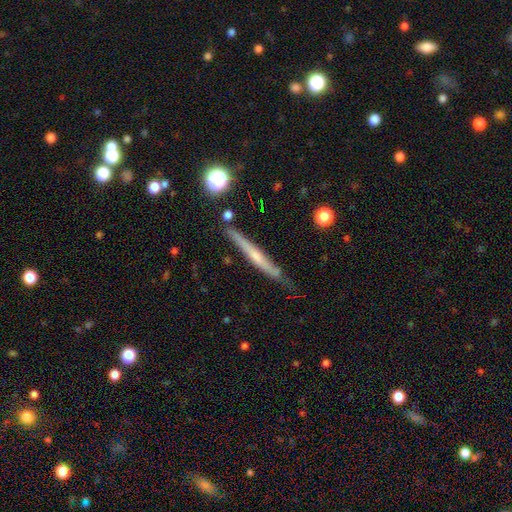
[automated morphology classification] The model was most divided on "edge-on bulge": none: 50%, rounded: 44%, boxy: 6%. More confident: edge-on disk — yes (94%); merging — none (76%); smooth or featured — featured or disk (59%).